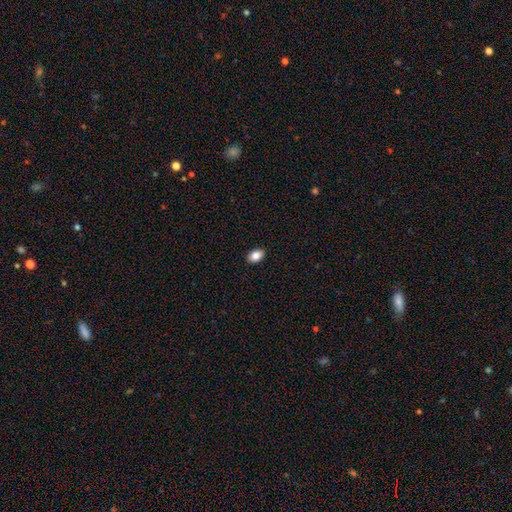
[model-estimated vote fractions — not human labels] smooth_or_featured: smooth (p=0.84) [alt: star or artifact p=0.08]
how_rounded: in between (p=0.88) [alt: round p=0.11]
merging: none (p=0.91) [alt: minor disturbance p=0.07]